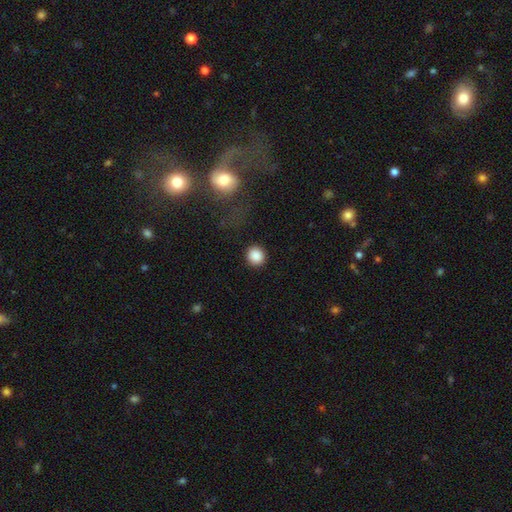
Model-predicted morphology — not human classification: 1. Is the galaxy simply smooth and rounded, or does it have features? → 88% smooth, 9% star or artifact, 3% featured or disk.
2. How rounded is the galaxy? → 89% round, 10% in between, 1% cigar-shaped.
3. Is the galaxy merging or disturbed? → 90% none, 6% minor disturbance, 3% major disturbance, 1% merger.